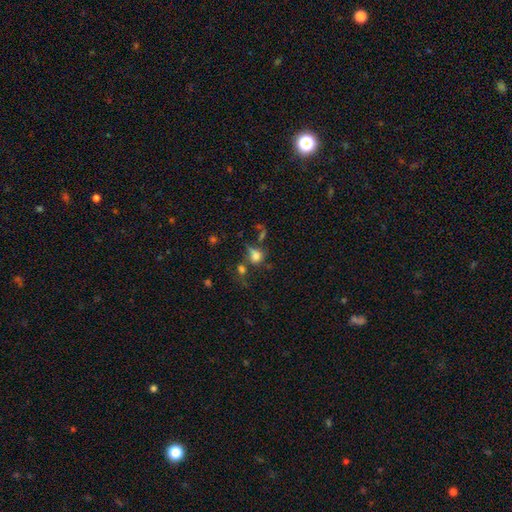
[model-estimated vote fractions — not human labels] smooth 70%, star or artifact 17%, featured or disk 14%. Down the decision tree: how rounded — round (66%); merging — none (40%).